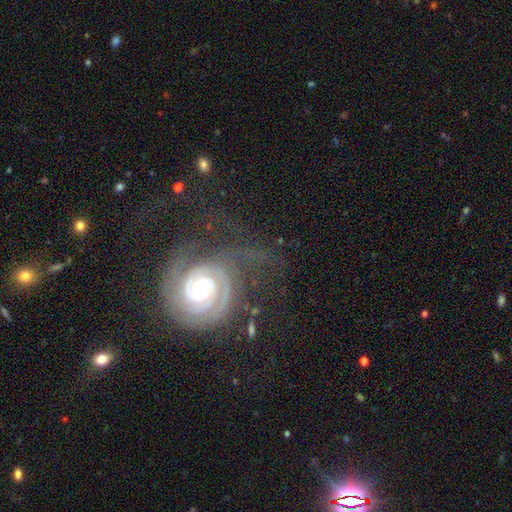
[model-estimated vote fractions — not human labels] Smooth or featured? Predicted: featured or disk (p=0.81). Edge-on disk? Predicted: no (p=0.97). Bar? Predicted: no (p=0.68). Spiral arms? Predicted: yes (p=0.92). Spiral winding? Predicted: tight (p=0.59). Spiral arm count? Predicted: 2 (p=0.41). Bulge size? Predicted: moderate (p=0.65). Merging? Predicted: none (p=0.51).